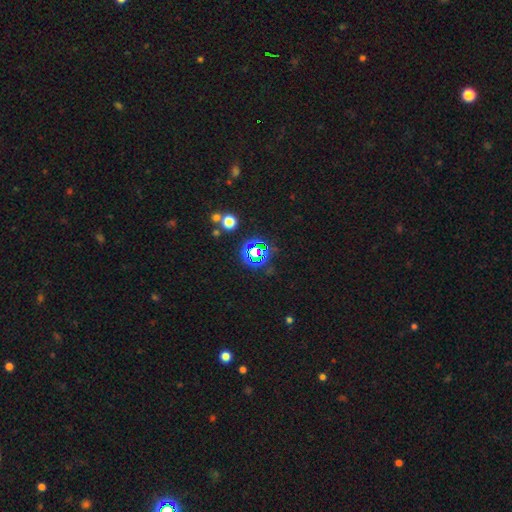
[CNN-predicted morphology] star or artifact 70%, smooth 20%, featured or disk 10%.